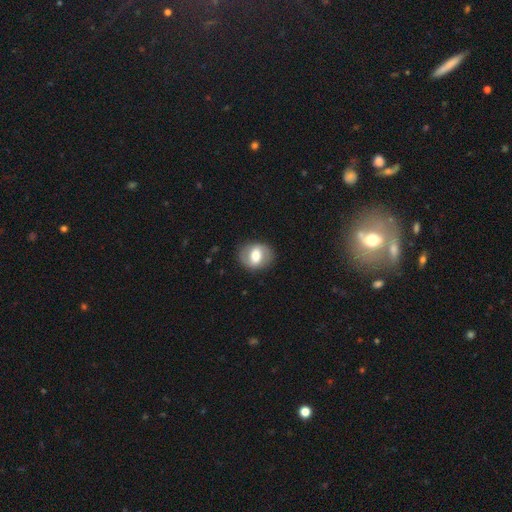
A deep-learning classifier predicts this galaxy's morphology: type=smooth (52%); roundness=round (50%); merging=none (84%).